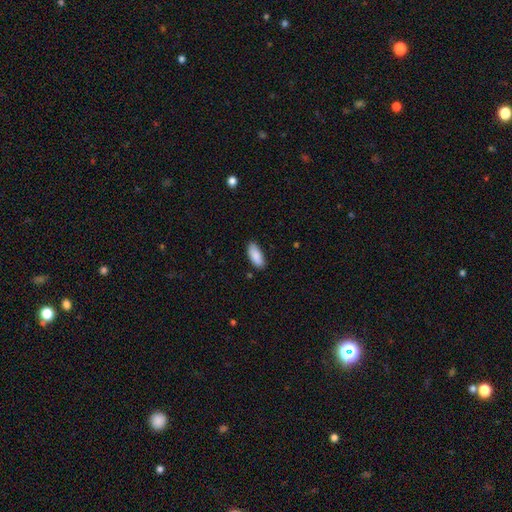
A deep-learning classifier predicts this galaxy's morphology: Smooth or featured? smooth (89%)
How rounded? in between (85%)
Merging? none (82%)